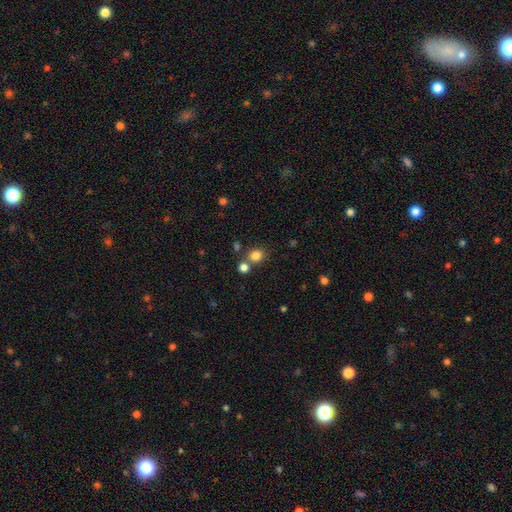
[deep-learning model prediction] smooth_or_featured: smooth (p=0.82) [alt: star or artifact p=0.13]
how_rounded: round (p=0.77) [alt: in between p=0.22]
merging: none (p=0.70) [alt: merger p=0.19]